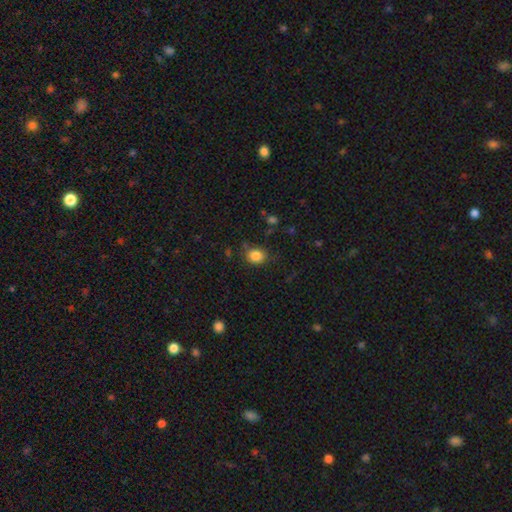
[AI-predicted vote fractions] Smooth or featured? smooth (85%)
How rounded? round (69%)
Merging? none (77%)